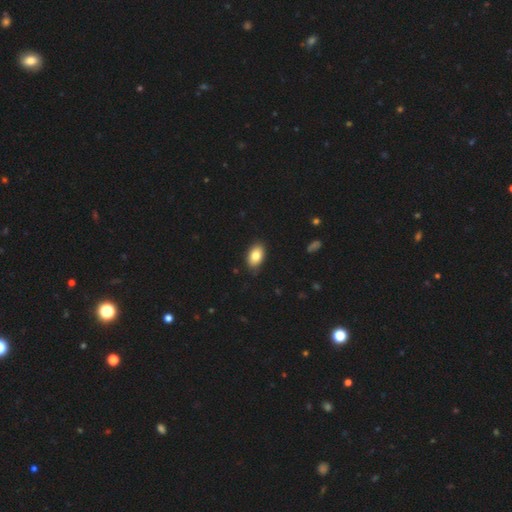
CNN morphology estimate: smooth_or_featured: smooth (p=0.82) [alt: featured or disk p=0.10]
how_rounded: in between (p=0.90) [alt: round p=0.08]
merging: none (p=0.85) [alt: minor disturbance p=0.12]